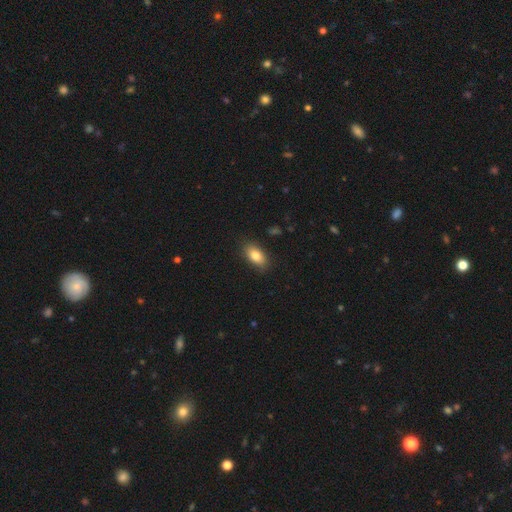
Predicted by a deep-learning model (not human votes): Smooth or featured? smooth (82%)
How rounded? in between (90%)
Merging? none (85%)